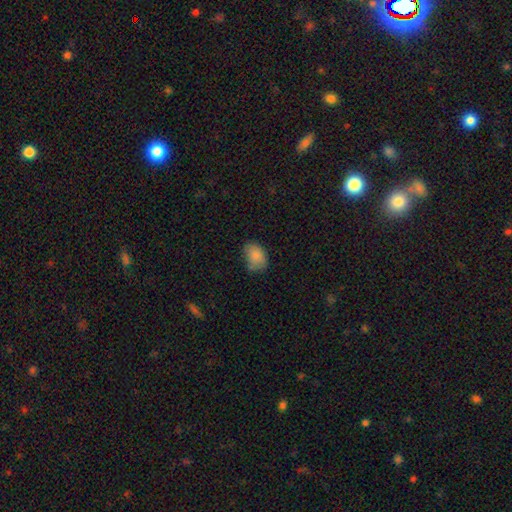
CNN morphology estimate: Smooth or featured? Predicted: smooth (p=0.84). How rounded? Predicted: in between (p=0.76). Merging? Predicted: none (p=0.60).